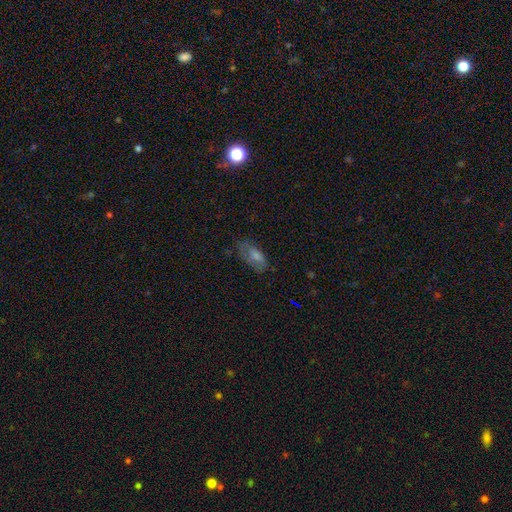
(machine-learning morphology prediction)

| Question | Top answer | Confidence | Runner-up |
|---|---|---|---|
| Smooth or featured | smooth | 44% | featured or disk (38%) |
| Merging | none | 66% | minor disturbance (23%) |